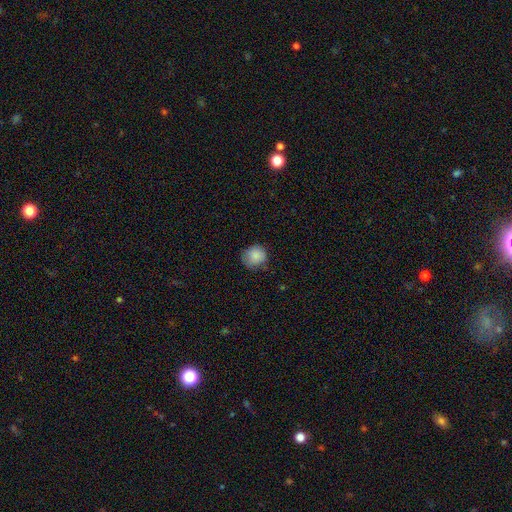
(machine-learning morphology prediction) type=smooth (86%); roundness=round (84%); merging=none (73%).